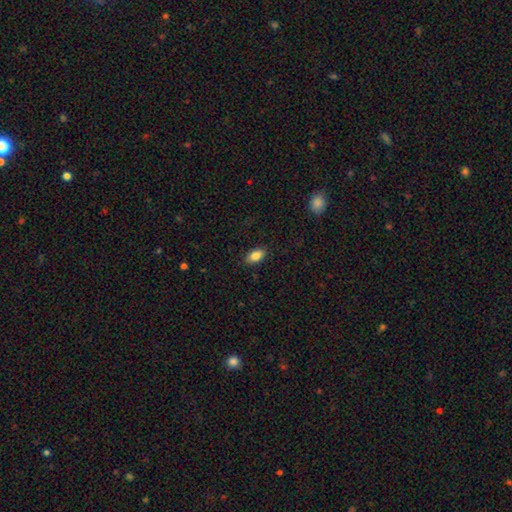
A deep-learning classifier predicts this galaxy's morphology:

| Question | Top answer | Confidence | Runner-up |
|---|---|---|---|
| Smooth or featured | smooth | 86% | star or artifact (8%) |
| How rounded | in between | 91% | round (5%) |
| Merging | none | 88% | minor disturbance (9%) |